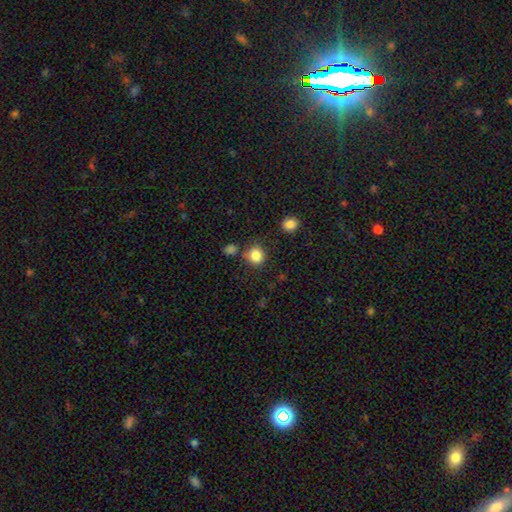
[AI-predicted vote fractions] Smooth or featured?
  - smooth: 85% *
  - star or artifact: 11%
  - featured or disk: 5%
How rounded?
  - round: 84% *
  - in between: 15%
  - cigar-shaped: 1%
Merging?
  - none: 75% *
  - minor disturbance: 13%
  - merger: 8%
  - major disturbance: 4%